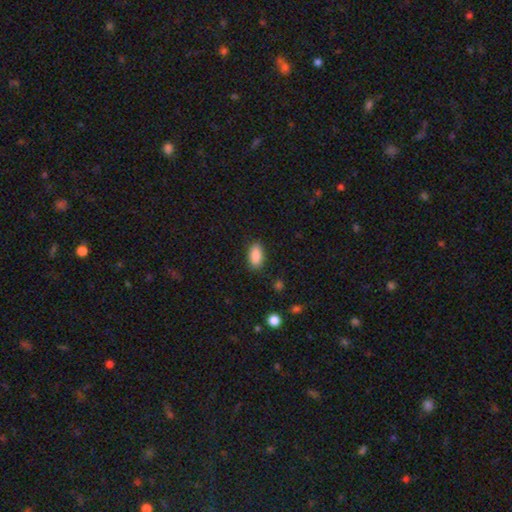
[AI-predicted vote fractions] The model was most divided on "merging": none: 86%, minor disturbance: 10%, major disturbance: 3%, merger: 1%. More confident: how rounded — in between (90%); smooth or featured — smooth (89%).